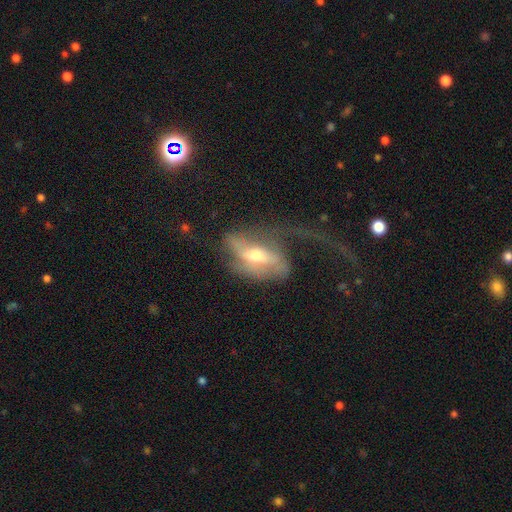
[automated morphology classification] A featured or disk galaxy (66%) with no bar (38%), spiral arms (68%) and a moderate central bulge (70%). Merging: major disturbance (54%).